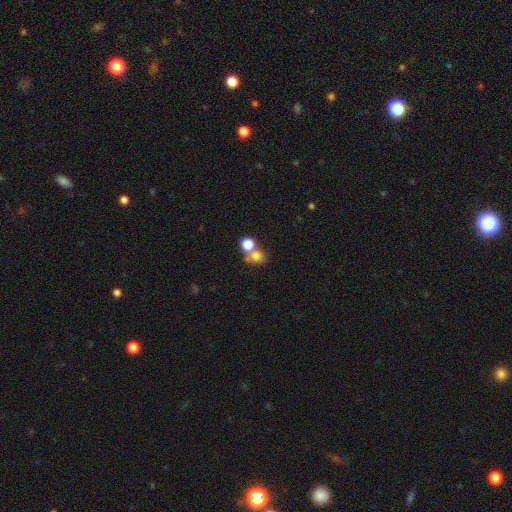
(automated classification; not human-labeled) The model was most divided on "merging": none: 48%, merger: 41%, minor disturbance: 7%, major disturbance: 4%. More confident: how rounded — round (76%); smooth or featured — smooth (75%).